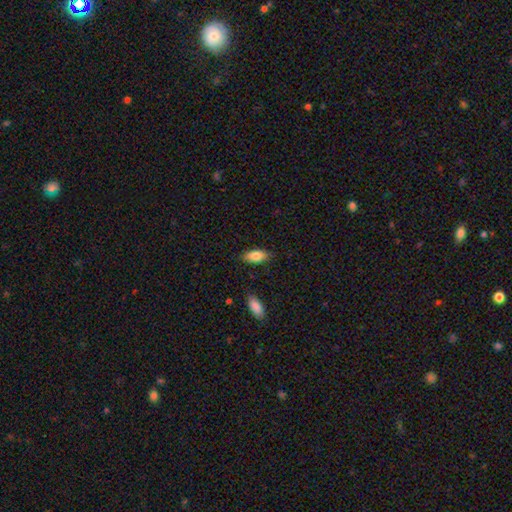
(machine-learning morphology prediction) Overall: smooth (82%). How rounded: in between (86%). Merging: none (84%).